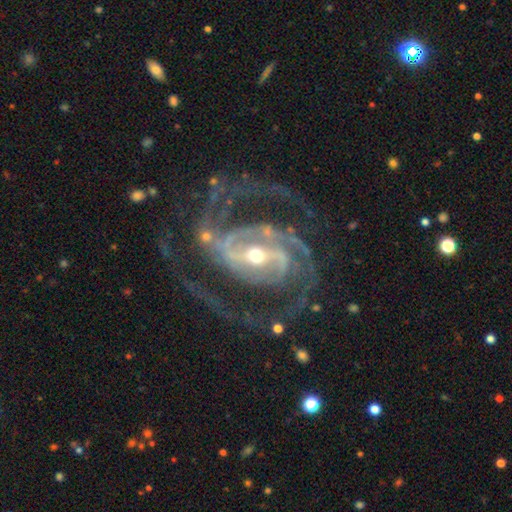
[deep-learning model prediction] Smooth or featured: featured or disk — 93% (star or artifact — 4%)
Edge-on disk: no — 97% (yes — 3%)
Bar: strong — 53% (weak — 32%)
Spiral arms: yes — 98% (no — 2%)
Spiral winding: medium — 54% (tight — 31%)
Spiral arm count: 2 — 52% (3 — 21%)
Bulge size: moderate — 52% (small — 43%)
Merging: none — 64% (major disturbance — 18%)